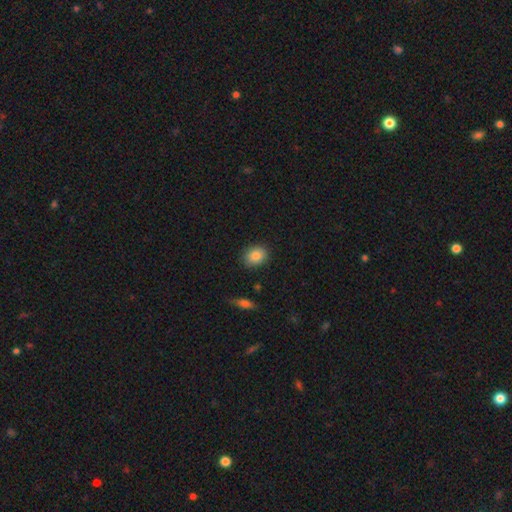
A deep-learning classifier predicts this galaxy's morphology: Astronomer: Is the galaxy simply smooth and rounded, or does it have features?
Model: smooth — 85%.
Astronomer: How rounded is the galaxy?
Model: round — 49%, tied with in between at 49%.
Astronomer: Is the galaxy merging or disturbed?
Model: none — 88%.